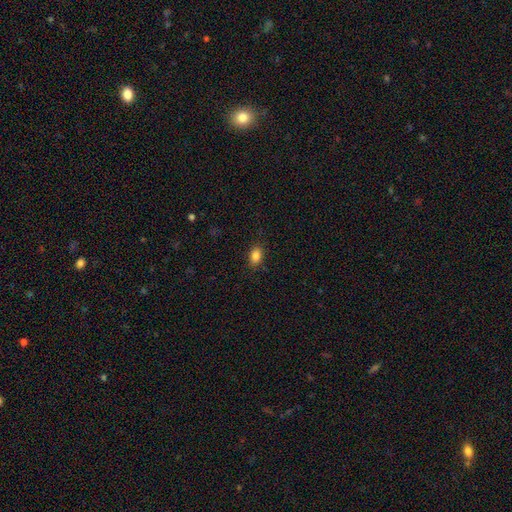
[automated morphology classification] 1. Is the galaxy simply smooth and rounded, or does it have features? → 85% smooth, 10% star or artifact, 5% featured or disk.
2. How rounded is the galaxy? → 81% in between, 18% round, 2% cigar-shaped.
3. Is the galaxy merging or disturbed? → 87% none, 10% minor disturbance, 2% major disturbance, 1% merger.